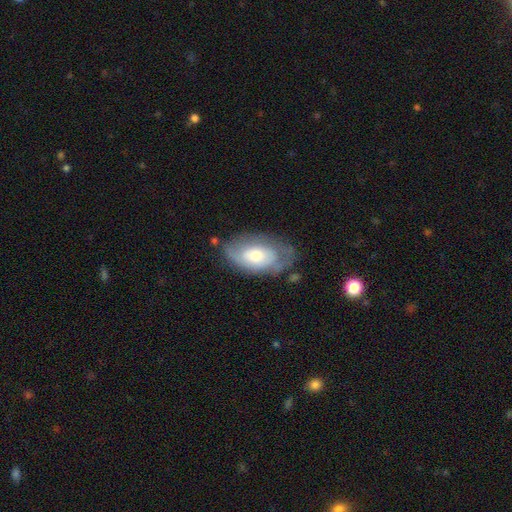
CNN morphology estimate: This appears to be a featured or disk galaxy (49%). Merging: none (55%).